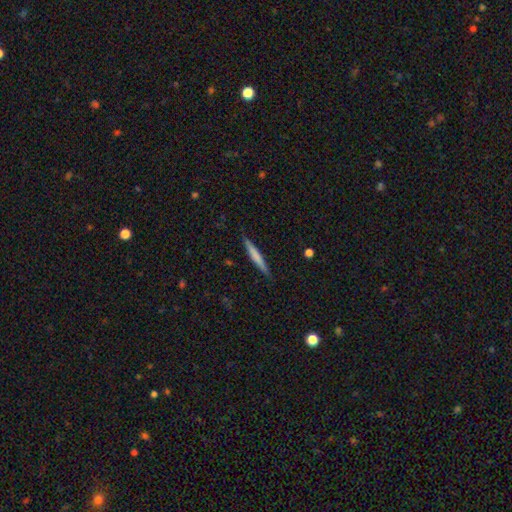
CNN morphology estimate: smooth-or-featured: smooth: 59% | featured or disk: 36% | star or artifact: 5%
  how-rounded: cigar-shaped: 95% | in between: 3% | round: 1%
  merging: none: 89% | minor disturbance: 8% | major disturbance: 2% | merger: 1%